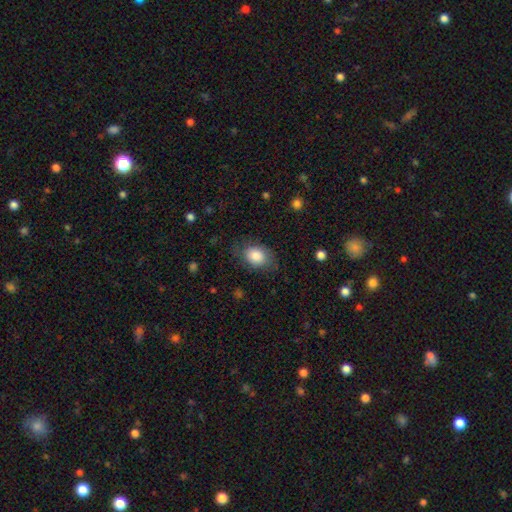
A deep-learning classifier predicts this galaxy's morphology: A smooth galaxy with no disk features (85%) that is in between round and cigar-shaped (74%).

Vote fractions:
- Smooth or featured? smooth: 85% / featured or disk: 8% / star or artifact: 7%
- How rounded? in between: 74% / round: 25% / cigar-shaped: 1%
- Merging? none: 73% / minor disturbance: 18% / major disturbance: 7% / merger: 1%